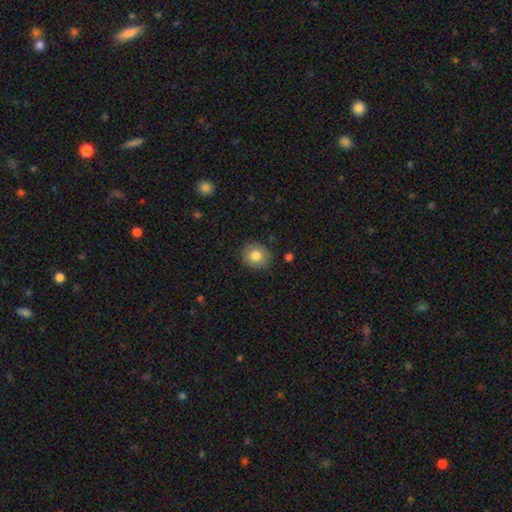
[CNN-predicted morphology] The model was most divided on "how rounded": round: 82%, in between: 17%, cigar-shaped: 1%. More confident: merging — none (87%); smooth or featured — smooth (82%).